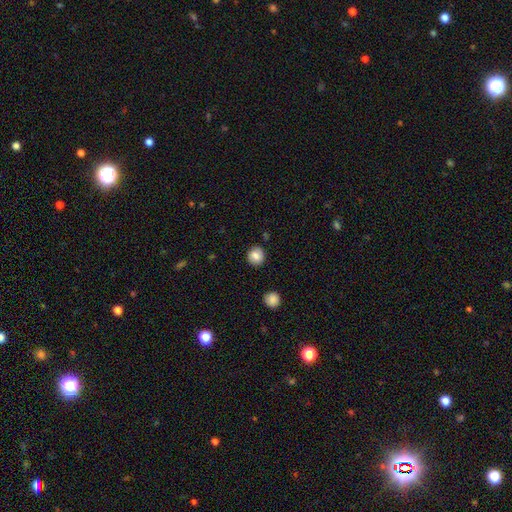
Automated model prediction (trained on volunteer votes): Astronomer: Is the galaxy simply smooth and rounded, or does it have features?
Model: smooth — 82%.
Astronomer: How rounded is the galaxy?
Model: round — 85%.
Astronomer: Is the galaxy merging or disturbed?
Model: none — 85%.